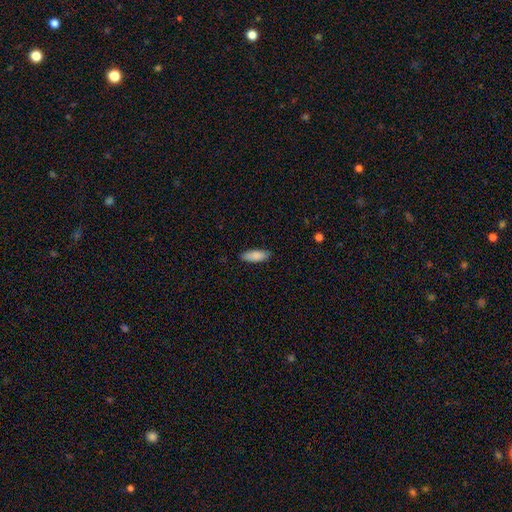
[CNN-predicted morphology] type=smooth (87%); roundness=in between (72%); merging=none (86%).